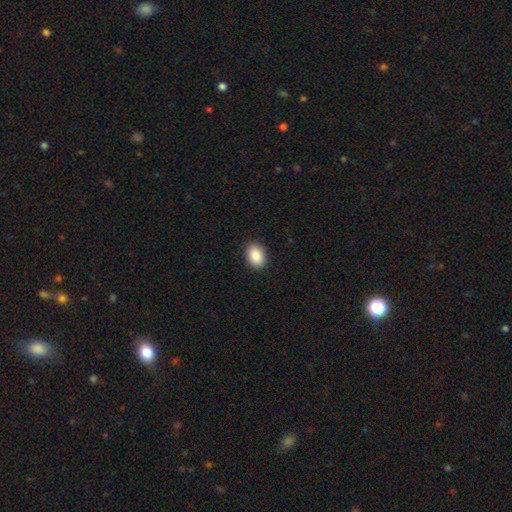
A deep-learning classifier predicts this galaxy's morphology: Q: Smooth or featured?
A: smooth (89%); runner-up: star or artifact (7%)
Q: How rounded?
A: in between (79%); runner-up: round (20%)
Q: Merging?
A: none (90%); runner-up: minor disturbance (7%)